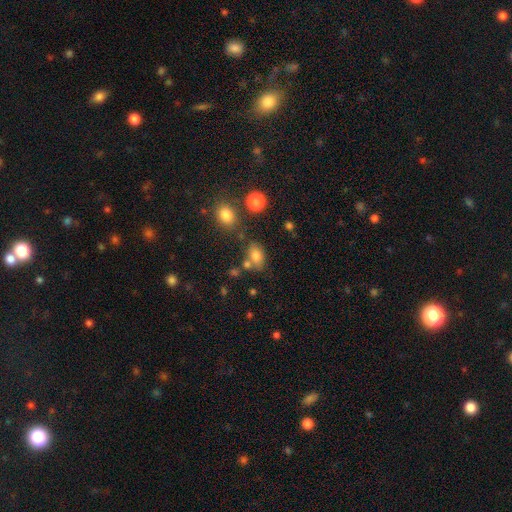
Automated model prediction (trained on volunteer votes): The model was most divided on "merging": none: 63%, merger: 16%, minor disturbance: 16%, major disturbance: 5%. More confident: how rounded — in between (80%); smooth or featured — smooth (77%).